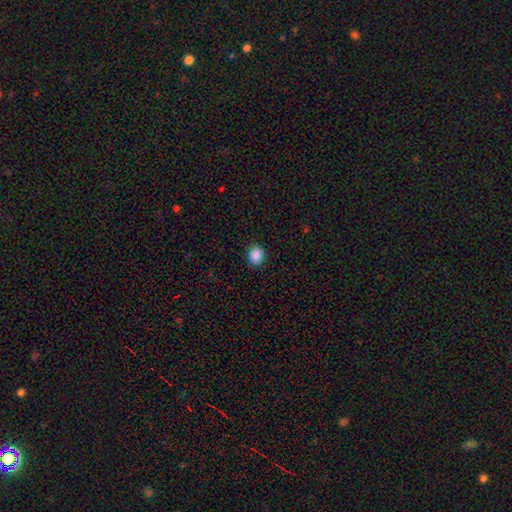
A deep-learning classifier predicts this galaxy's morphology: Q: Smooth or featured?
A: smooth (88%); runner-up: star or artifact (9%)
Q: How rounded?
A: round (63%); runner-up: in between (36%)
Q: Merging?
A: none (90%); runner-up: minor disturbance (7%)